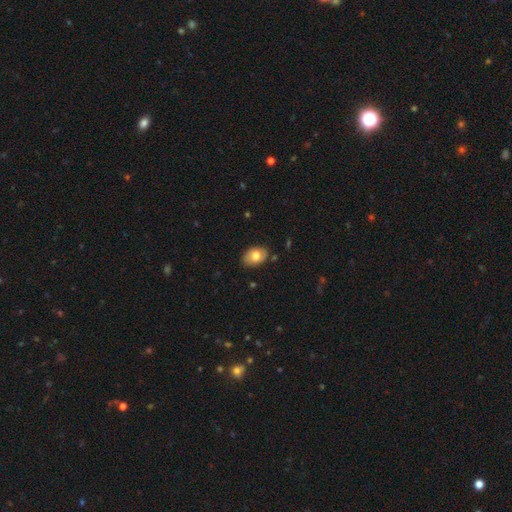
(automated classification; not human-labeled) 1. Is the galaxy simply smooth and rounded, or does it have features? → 74% smooth, 19% featured or disk, 7% star or artifact.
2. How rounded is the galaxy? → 86% in between, 13% round, 1% cigar-shaped.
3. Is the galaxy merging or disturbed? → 82% none, 14% minor disturbance, 3% major disturbance, 2% merger.